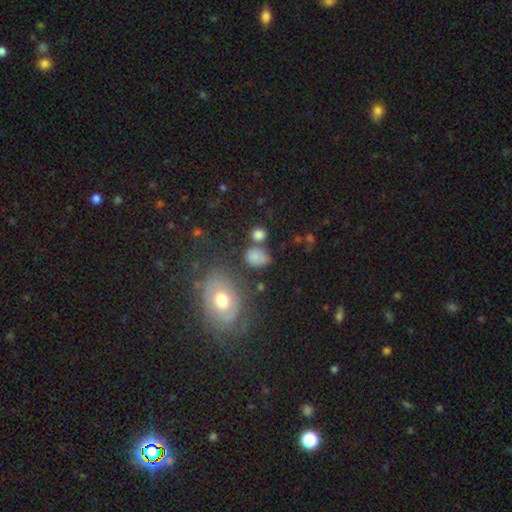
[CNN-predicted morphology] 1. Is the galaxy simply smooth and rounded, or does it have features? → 77% smooth, 12% star or artifact, 11% featured or disk.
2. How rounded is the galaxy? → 49% in between (tied), 49% round (tied), 2% cigar-shaped.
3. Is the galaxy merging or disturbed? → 59% none, 18% minor disturbance, 15% merger, 9% major disturbance.